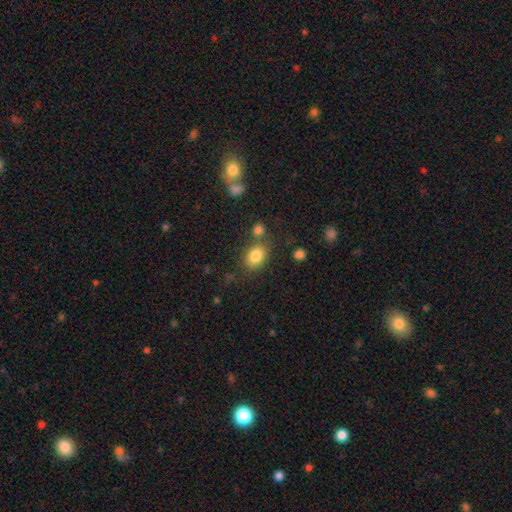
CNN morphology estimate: Smooth or featured: smooth — 83% (star or artifact — 10%)
How rounded: in between — 61% (round — 38%)
Merging: none — 68% (merger — 14%)